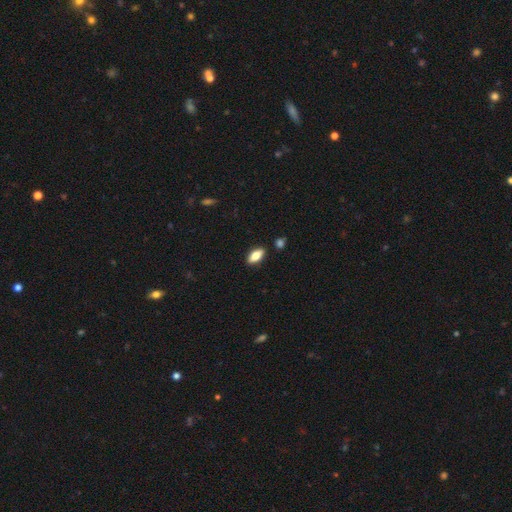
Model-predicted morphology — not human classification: This appears to be a smooth galaxy with no disk features (76%) that is in between round and cigar-shaped (86%). Merging: none (87%).